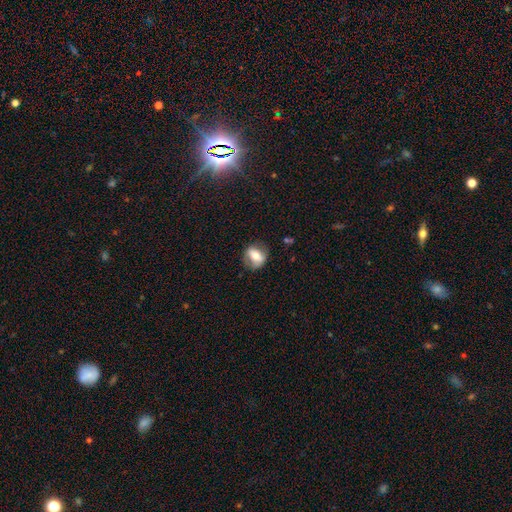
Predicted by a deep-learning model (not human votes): This is possibly a smooth galaxy (53%). How rounded: possibly round (50%). Merging: likely none (73%).